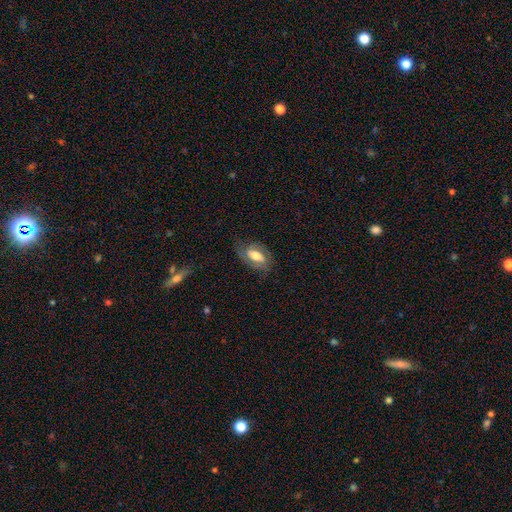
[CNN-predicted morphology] type=featured or disk (53%); edge-on=no (90%); merging=none (69%).